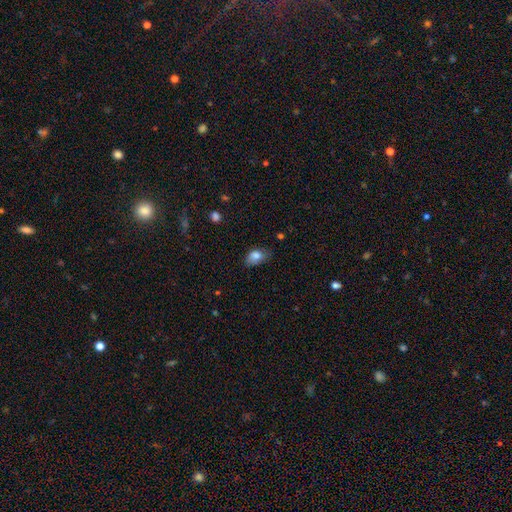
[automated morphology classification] smooth-or-featured: smooth: 81% | featured or disk: 10% | star or artifact: 9%
  how-rounded: in between: 86% | round: 12% | cigar-shaped: 2%
  merging: none: 58% | minor disturbance: 32% | major disturbance: 8% | merger: 2%